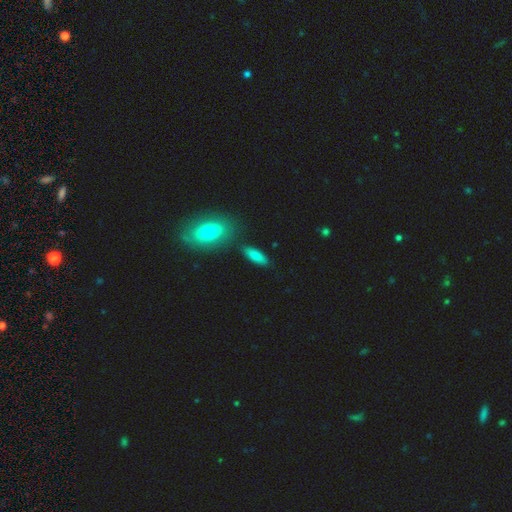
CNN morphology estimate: A smooth galaxy with no disk features (82%) that is in between round and cigar-shaped (65%). Merging: none (82%).